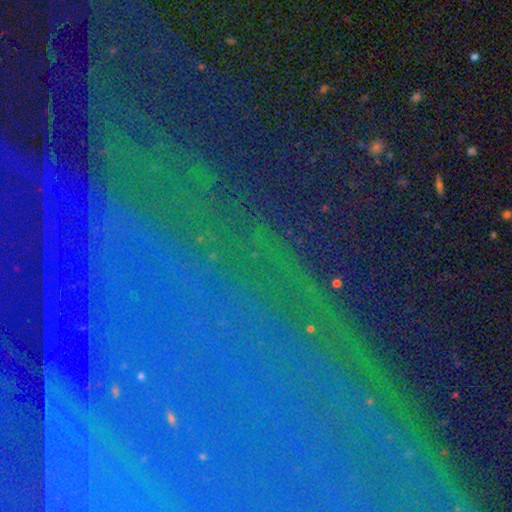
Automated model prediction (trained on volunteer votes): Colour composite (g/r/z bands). It shows a star or artifact, not a galaxy (84%).